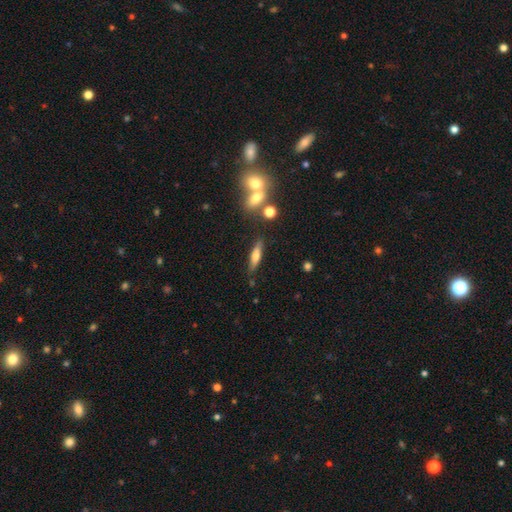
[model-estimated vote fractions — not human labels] Smooth or featured?
  - smooth: 54% *
  - featured or disk: 38%
  - star or artifact: 8%
How rounded?
  - cigar-shaped: 71% *
  - in between: 26%
  - round: 3%
Merging?
  - none: 78% *
  - minor disturbance: 12%
  - merger: 7%
  - major disturbance: 3%